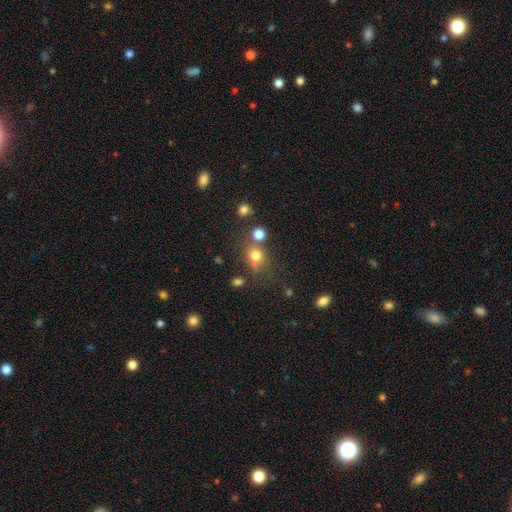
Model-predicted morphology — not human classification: Smooth or featured? Predicted: smooth (p=0.74). How rounded? Predicted: round (p=0.75). Merging? Predicted: none (p=0.56).